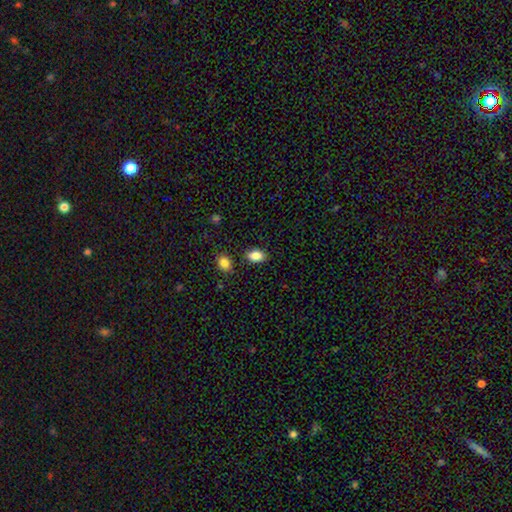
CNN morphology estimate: A smooth galaxy with no disk features (86%) that is in between round and cigar-shaped (89%). Merging: none (85%).